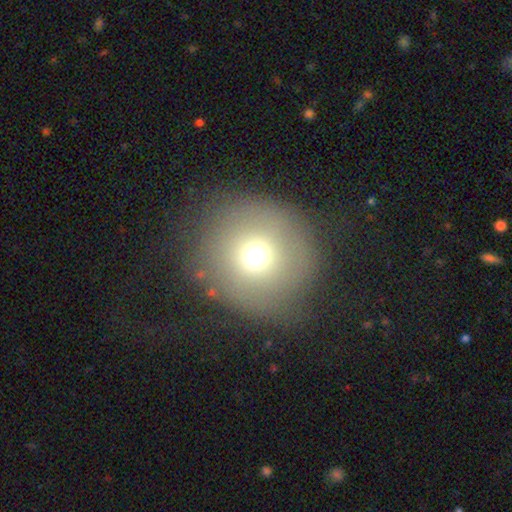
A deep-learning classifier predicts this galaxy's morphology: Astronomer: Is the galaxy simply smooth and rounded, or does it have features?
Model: smooth — 67%.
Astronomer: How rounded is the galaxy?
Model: round — 95%.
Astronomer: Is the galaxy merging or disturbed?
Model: none — 82%.